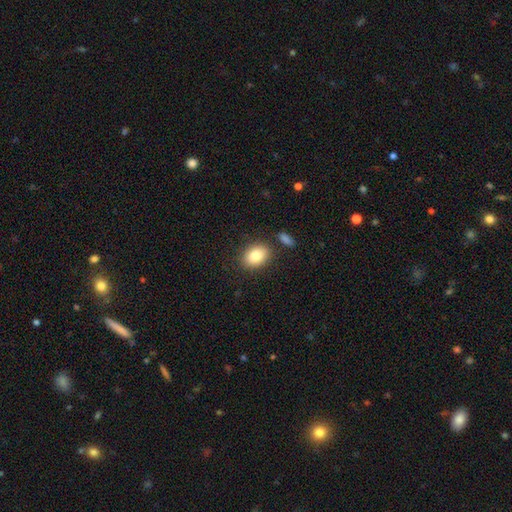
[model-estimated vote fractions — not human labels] Smooth or featured?
  - smooth: 84% *
  - featured or disk: 9%
  - star or artifact: 8%
How rounded?
  - in between: 73% *
  - round: 26%
  - cigar-shaped: 1%
Merging?
  - none: 82% *
  - minor disturbance: 10%
  - merger: 5%
  - major disturbance: 3%